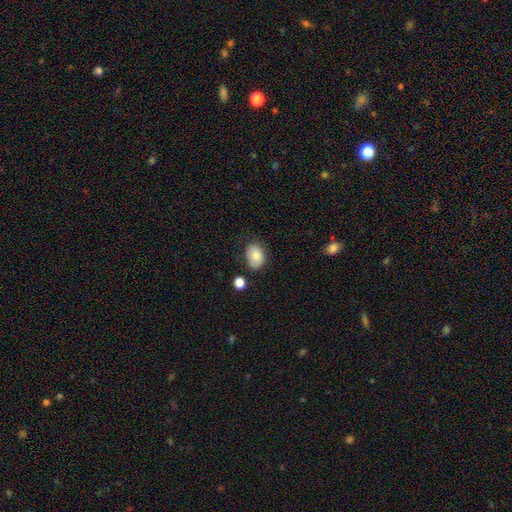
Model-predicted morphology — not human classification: Overall: smooth (81%). How rounded: in between (75%). Merging: none (67%).